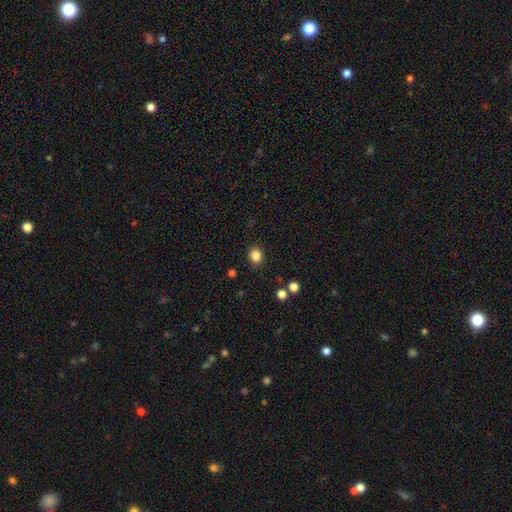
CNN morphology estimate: Smooth or featured?
  - smooth: 84% *
  - star or artifact: 11%
  - featured or disk: 4%
How rounded?
  - round: 62% *
  - in between: 37%
  - cigar-shaped: 1%
Merging?
  - none: 89% *
  - minor disturbance: 8%
  - major disturbance: 2%
  - merger: 2%